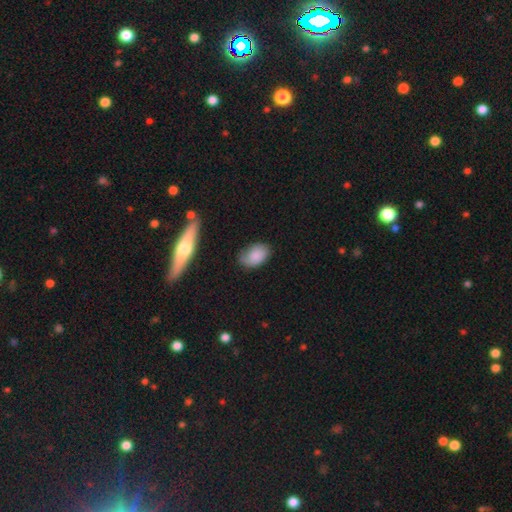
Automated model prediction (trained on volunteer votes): Overall: smooth (79%). How rounded: in between (87%). Merging: none (62%; minor disturbance 29%).